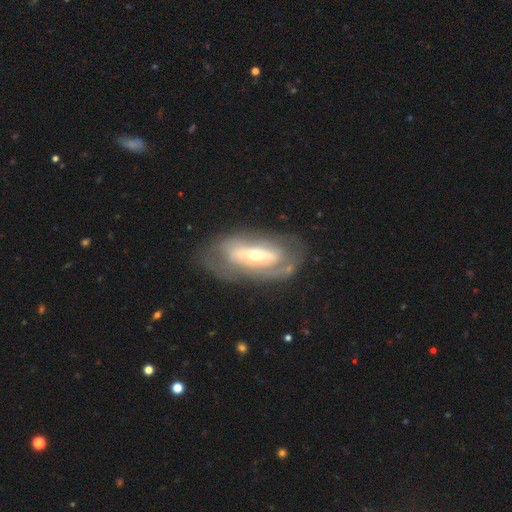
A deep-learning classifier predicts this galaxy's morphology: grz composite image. It shows a featured or disk galaxy (74%) with no bar (43%), spiral arms (62%) and a small central bulge (57%). Merging: none (69%).